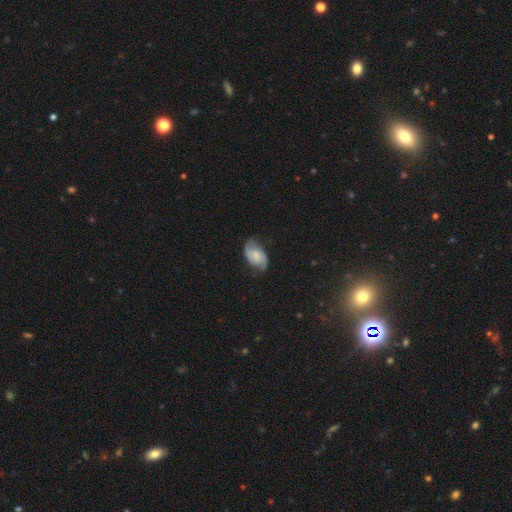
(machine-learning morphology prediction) The model was most divided on "bulge size": small: 35%, moderate: 28%, none: 26%, large: 8%, dominant: 2%. Remaining: edge-on disk — no (97%); spiral arms — yes (93%); spiral arm count — 2 (89%); merging — none (71%); smooth or featured — featured or disk (66%); bar — no (51%); spiral winding — medium (46%).